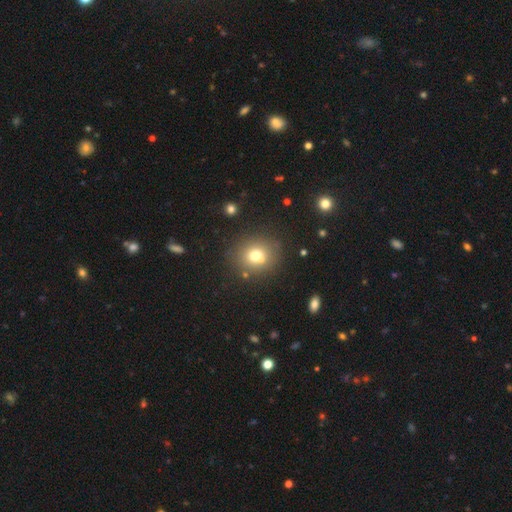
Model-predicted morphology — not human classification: A smooth galaxy with no disk features (71%) that is round (76%). Merging: none (74%).